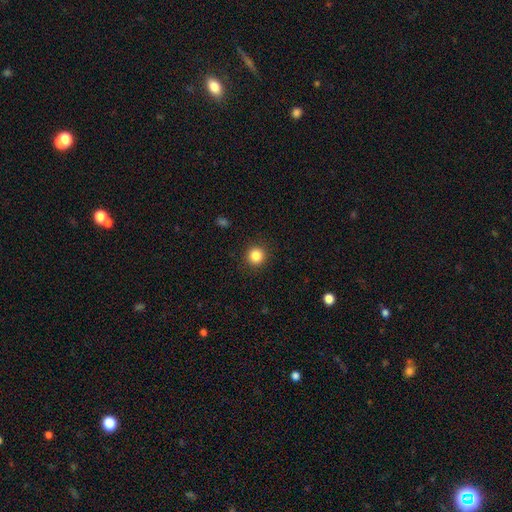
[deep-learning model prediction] smooth_or_featured: smooth (p=0.85) [alt: star or artifact p=0.11]
how_rounded: round (p=0.93) [alt: in between p=0.06]
merging: none (p=0.91) [alt: minor disturbance p=0.06]